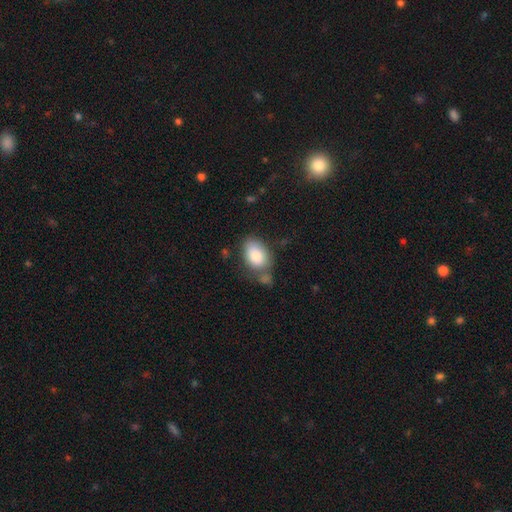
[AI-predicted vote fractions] smooth 83%, featured or disk 10%, star or artifact 7%. Down the decision tree: how rounded — in between (87%); merging — none (56%).